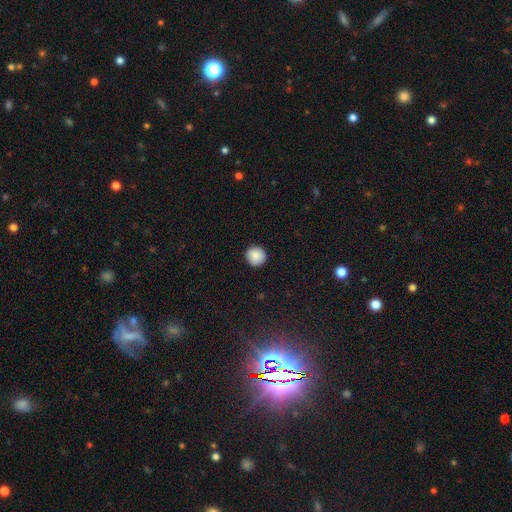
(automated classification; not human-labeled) Smooth or featured: smooth — 88% (star or artifact — 8%)
How rounded: round — 92% (in between — 7%)
Merging: none — 91% (minor disturbance — 7%)